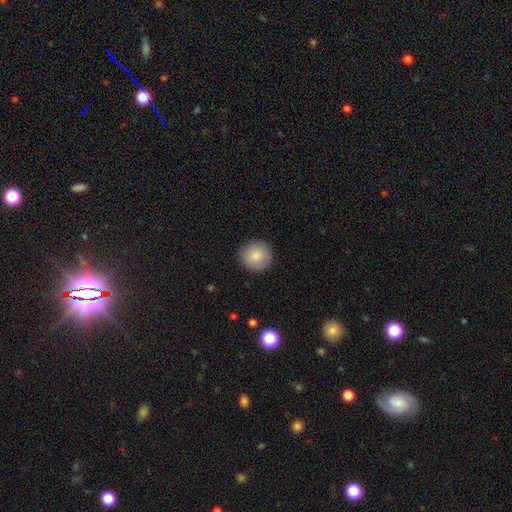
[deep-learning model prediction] Overall: smooth (86%). How rounded: round (94%). Merging: none (90%).